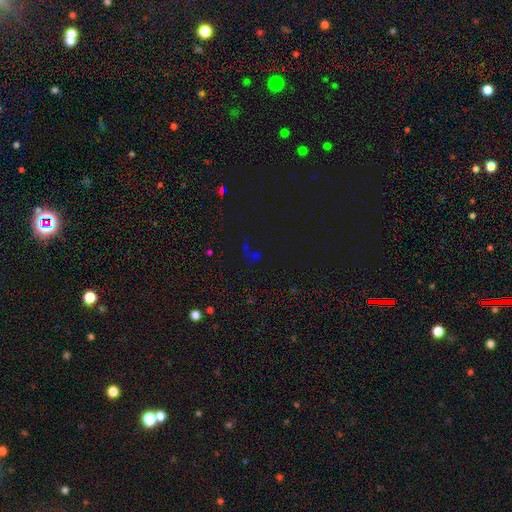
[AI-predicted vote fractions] A star or artifact, not a galaxy (61%).